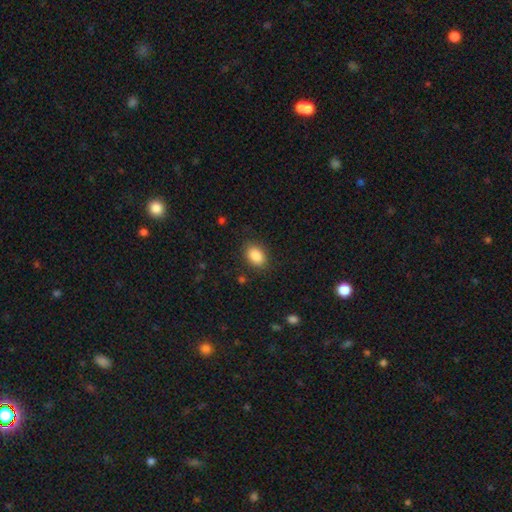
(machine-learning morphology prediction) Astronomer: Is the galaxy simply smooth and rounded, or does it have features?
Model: smooth — 88%.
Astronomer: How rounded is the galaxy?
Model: in between — 84%.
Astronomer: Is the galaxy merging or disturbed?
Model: none — 86%.